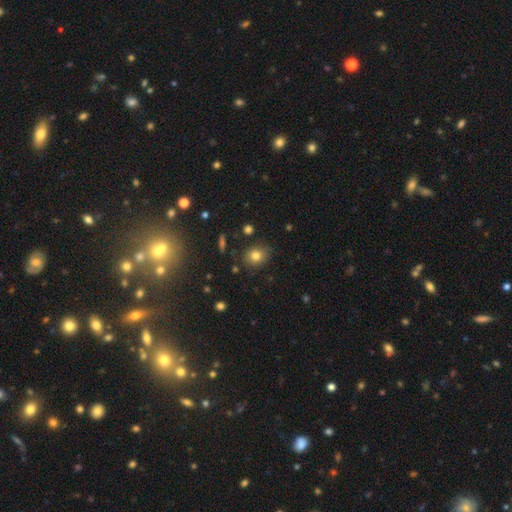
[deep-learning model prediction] smooth_or_featured: smooth (p=0.78) [alt: star or artifact p=0.12]
how_rounded: round (p=0.63) [alt: in between p=0.36]
merging: none (p=0.83) [alt: minor disturbance p=0.12]